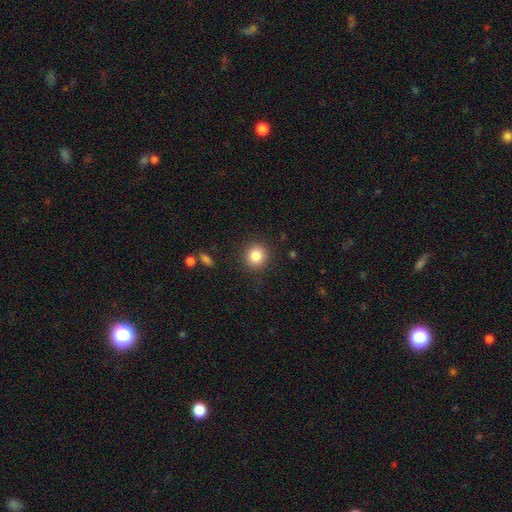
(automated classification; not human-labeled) Morphology: type=smooth (84%); roundness=round (90%); merging=none (89%).